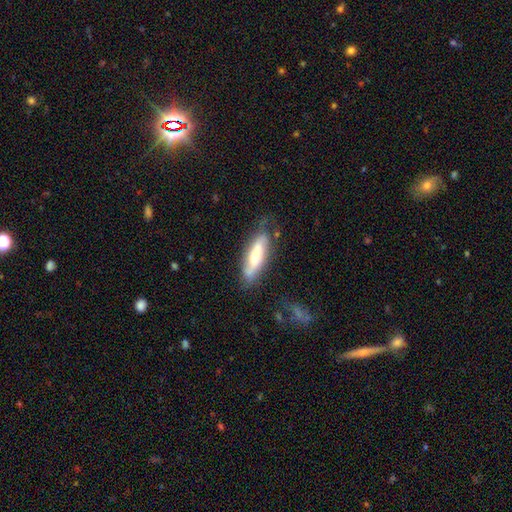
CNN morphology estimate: Smooth or featured? Predicted: smooth (p=0.53). How rounded? Predicted: cigar-shaped (p=0.59). Merging? Predicted: none (p=0.63).